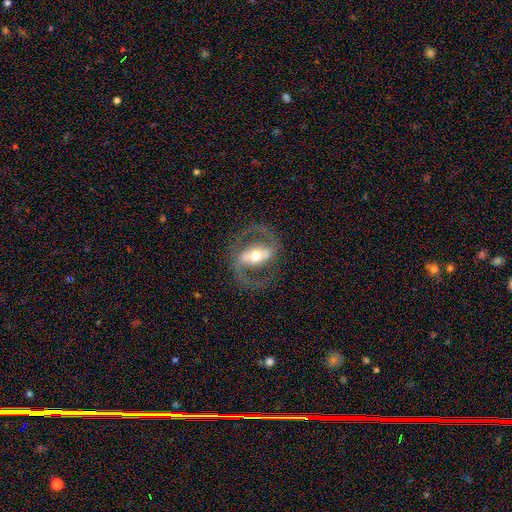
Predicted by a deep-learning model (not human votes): A featured or disk galaxy (84%) with a strong bar (51%), 2 (89%) medium (56%) spiral arms (79%) and a moderate central bulge (68%). Merging: none (76%).